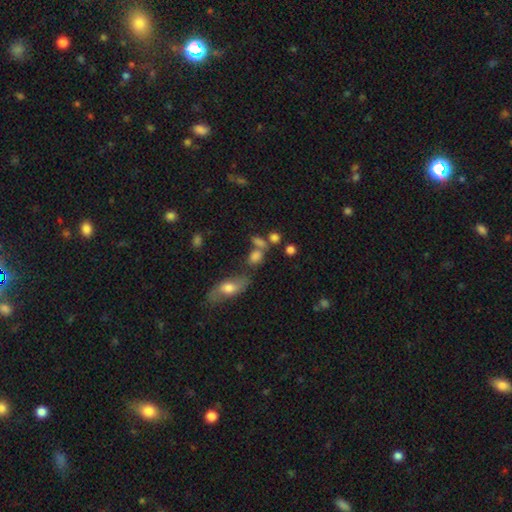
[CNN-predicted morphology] Smooth or featured? smooth (70%)
How rounded? in between (57%)
Merging? none (45%)